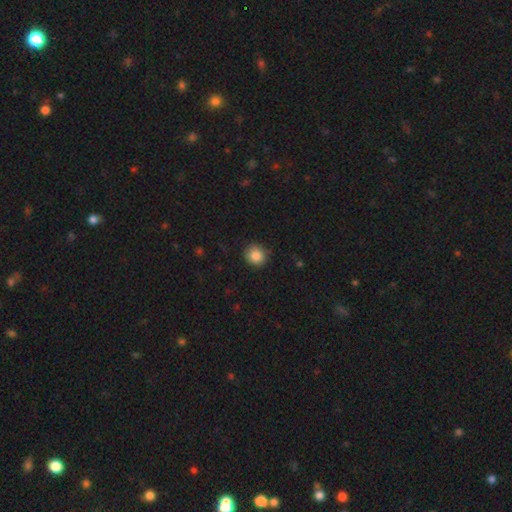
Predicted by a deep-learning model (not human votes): A smooth galaxy with no disk features (86%) that is round (85%). Merging: none (84%).